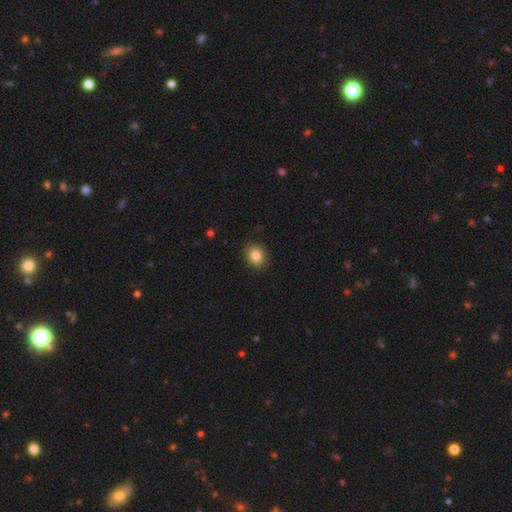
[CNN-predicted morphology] smooth-or-featured: smooth: 85% | star or artifact: 9% | featured or disk: 6%
  how-rounded: round: 59% | in between: 40% | cigar-shaped: 1%
  merging: none: 89% | minor disturbance: 8% | major disturbance: 2% | merger: 1%